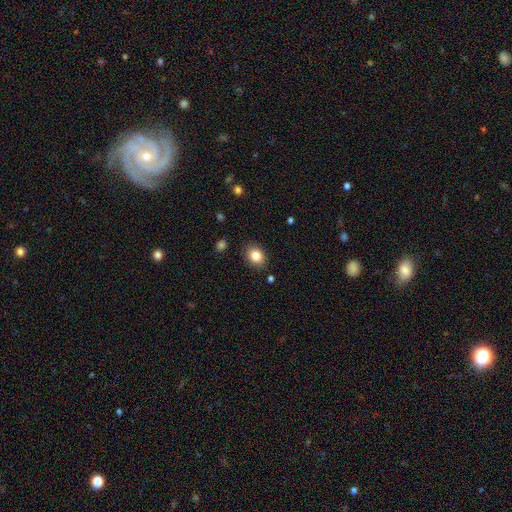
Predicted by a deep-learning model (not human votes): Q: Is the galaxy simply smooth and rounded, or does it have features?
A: smooth — 84%.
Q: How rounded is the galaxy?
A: in between — 56%.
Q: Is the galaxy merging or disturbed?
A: none — 87%.